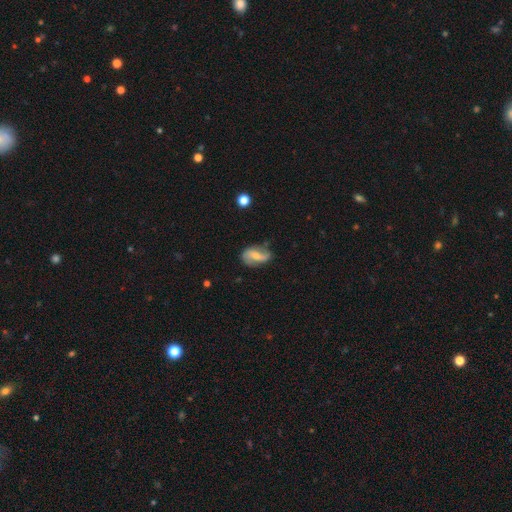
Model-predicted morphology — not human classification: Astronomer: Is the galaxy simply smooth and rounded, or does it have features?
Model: featured or disk — 65%.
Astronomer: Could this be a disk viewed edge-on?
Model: no — 96%.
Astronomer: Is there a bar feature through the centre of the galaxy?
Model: weak — 42% (runner-up: no, 33%).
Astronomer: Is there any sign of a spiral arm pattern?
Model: yes — 89%.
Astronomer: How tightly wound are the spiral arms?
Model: loose — 54% (runner-up: medium, 31%).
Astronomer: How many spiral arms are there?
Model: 2 — 84%.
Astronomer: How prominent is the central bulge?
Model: small — 47% (runner-up: moderate, 40%).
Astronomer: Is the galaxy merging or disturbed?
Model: none — 62%.